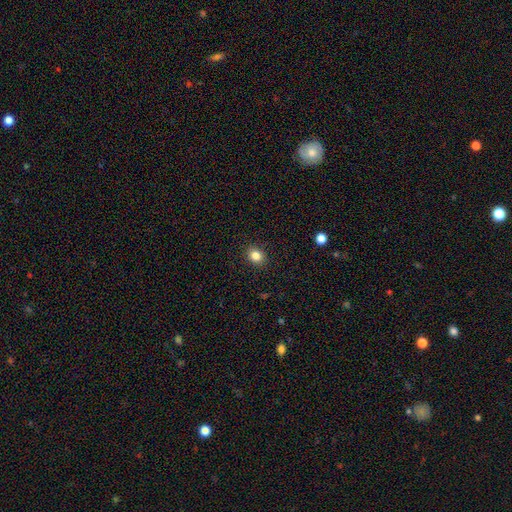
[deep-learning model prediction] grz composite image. It shows a smooth galaxy with no disk features (84%) that is round (59%). Merging: none (90%).